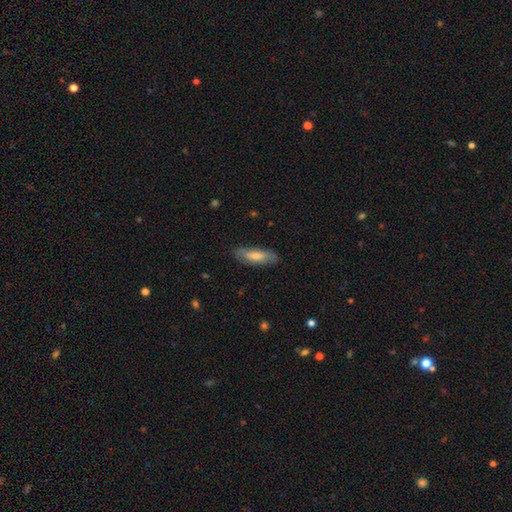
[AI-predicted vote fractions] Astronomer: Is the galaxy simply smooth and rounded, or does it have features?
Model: smooth — 57% (runner-up: featured or disk, 36%).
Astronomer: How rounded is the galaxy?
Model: cigar-shaped — 50% (runner-up: in between, 49%).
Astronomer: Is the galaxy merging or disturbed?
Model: none — 81%.